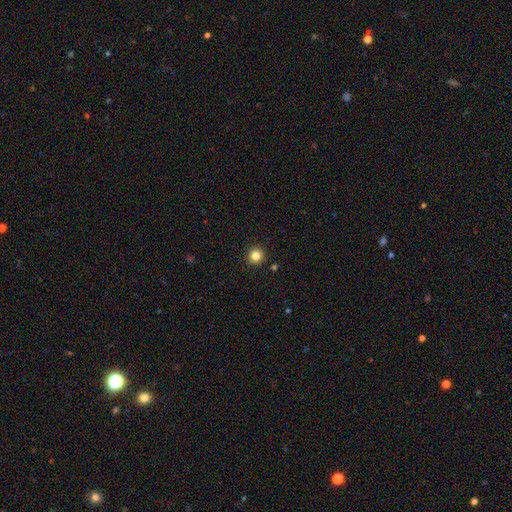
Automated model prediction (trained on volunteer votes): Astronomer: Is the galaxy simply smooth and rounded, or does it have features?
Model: smooth — 83%.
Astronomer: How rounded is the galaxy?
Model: round — 94%.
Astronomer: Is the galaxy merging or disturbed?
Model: none — 93%.